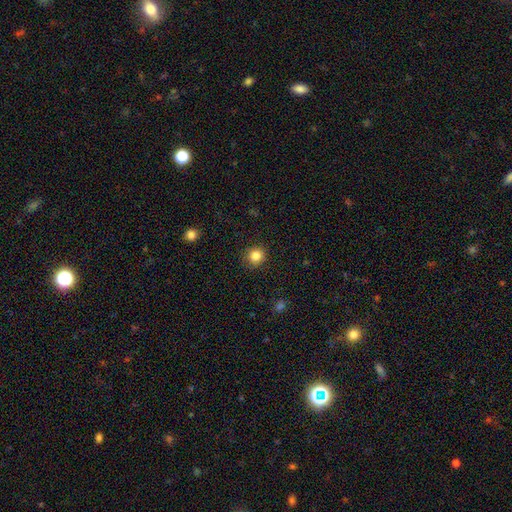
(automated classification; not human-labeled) smooth 84%, star or artifact 11%, featured or disk 5%. Down the decision tree: how rounded — round (86%); merging — none (88%).